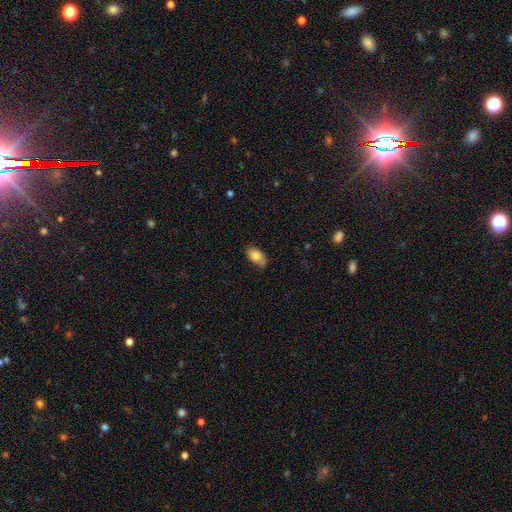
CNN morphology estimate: Overall: smooth (80%). How rounded: in between (91%). Merging: none (71%).